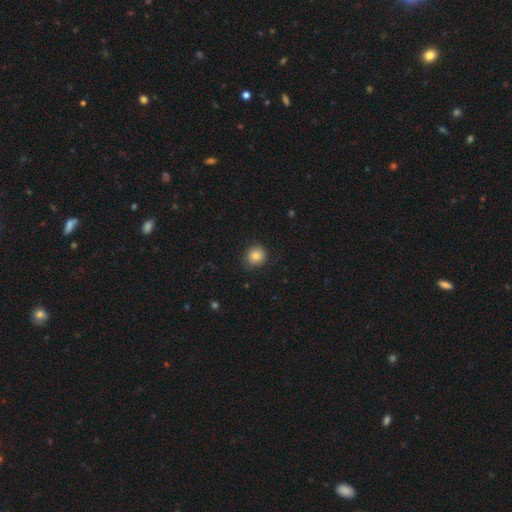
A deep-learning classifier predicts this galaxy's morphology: Smooth or featured: smooth — 83% (star or artifact — 9%)
How rounded: round — 88% (in between — 11%)
Merging: none — 83% (minor disturbance — 13%)